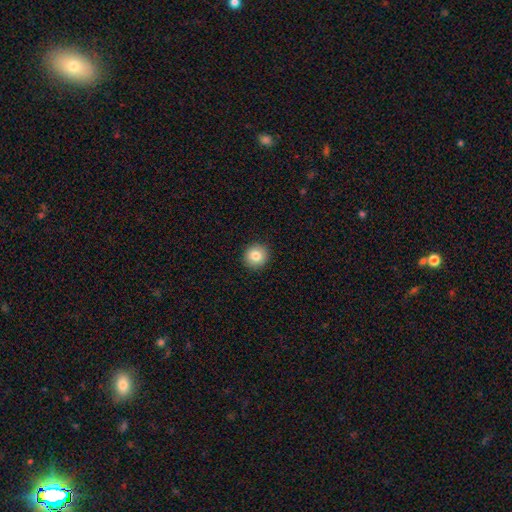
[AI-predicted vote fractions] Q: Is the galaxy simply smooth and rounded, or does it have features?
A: smooth — 83%.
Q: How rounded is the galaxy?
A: round — 93%.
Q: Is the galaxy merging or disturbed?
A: none — 93%.